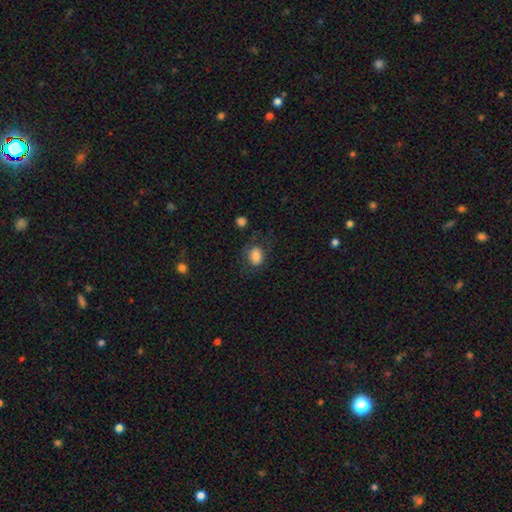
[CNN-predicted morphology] This appears to be a smooth galaxy with no disk features (84%) that is in between round and cigar-shaped (71%). Merging: none (63%).